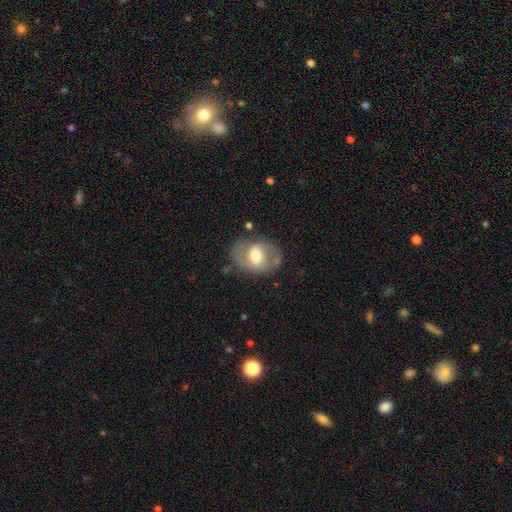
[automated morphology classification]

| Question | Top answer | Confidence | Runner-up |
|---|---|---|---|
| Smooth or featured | featured or disk | 53% | smooth (40%) |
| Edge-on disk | no | 95% | yes (5%) |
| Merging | none | 70% | minor disturbance (18%) |